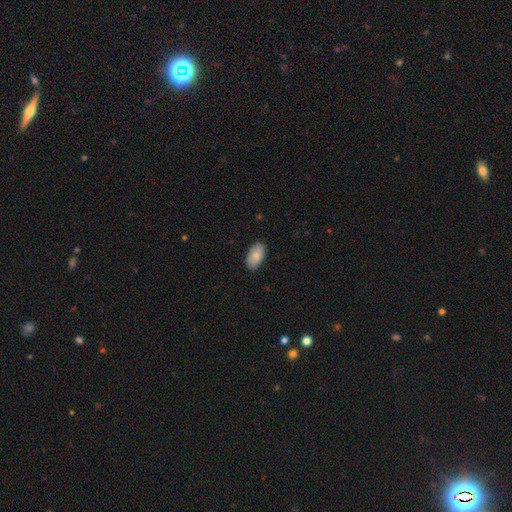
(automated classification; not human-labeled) Q: Smooth or featured?
A: smooth (83%); runner-up: featured or disk (11%)
Q: How rounded?
A: in between (95%); runner-up: round (3%)
Q: Merging?
A: none (87%); runner-up: minor disturbance (10%)